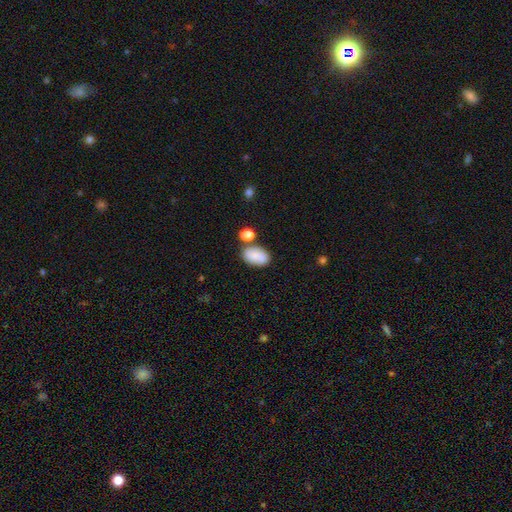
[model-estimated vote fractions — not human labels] Smooth or featured?
  - smooth: 75% *
  - featured or disk: 16%
  - star or artifact: 8%
How rounded?
  - in between: 89% *
  - round: 9%
  - cigar-shaped: 1%
Merging?
  - none: 60% *
  - merger: 19%
  - minor disturbance: 16%
  - major disturbance: 5%